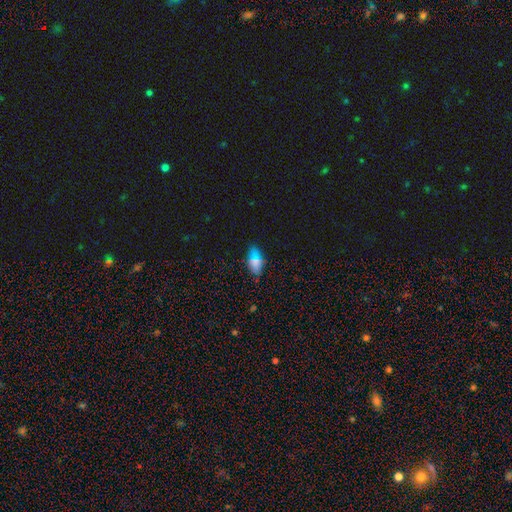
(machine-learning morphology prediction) Smooth or featured?
  - smooth: 62% *
  - star or artifact: 20%
  - featured or disk: 17%
How rounded?
  - in between: 83% *
  - cigar-shaped: 11%
  - round: 7%
Merging?
  - none: 75% *
  - minor disturbance: 18%
  - major disturbance: 4%
  - merger: 3%